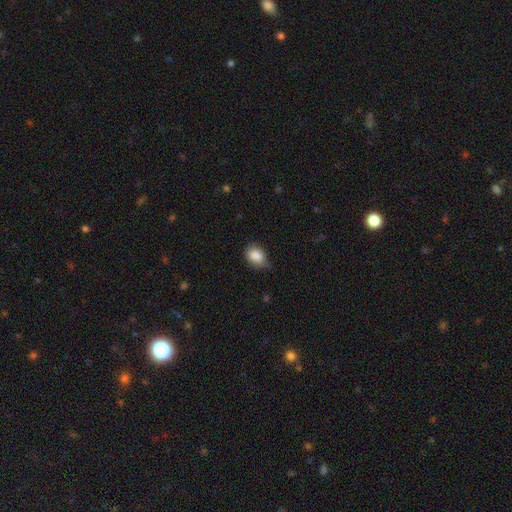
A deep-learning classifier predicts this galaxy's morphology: Smooth or featured? smooth (86%)
How rounded? in between (66%)
Merging? none (58%)